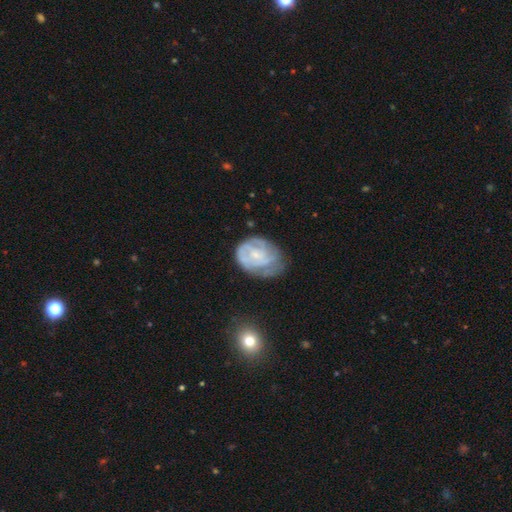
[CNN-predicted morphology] Overall: featured or disk (66%; smooth 27%). Edge-on disk: no (98%). Bar: no (69%). Spiral arms: yes (74%). Bulge size: small (63%). Merging: none (44%; minor disturbance 33%).